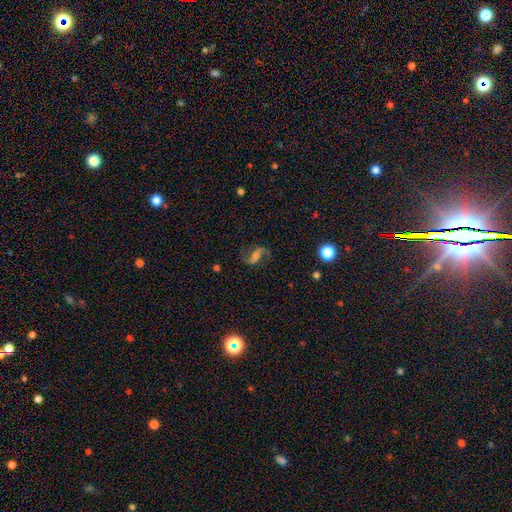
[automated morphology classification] This appears to be a featured or disk galaxy (78%) with a weak bar (40%), 2 (92%) loose (65%) spiral arms (95%) and a small central bulge (32%). Merging: none (76%).